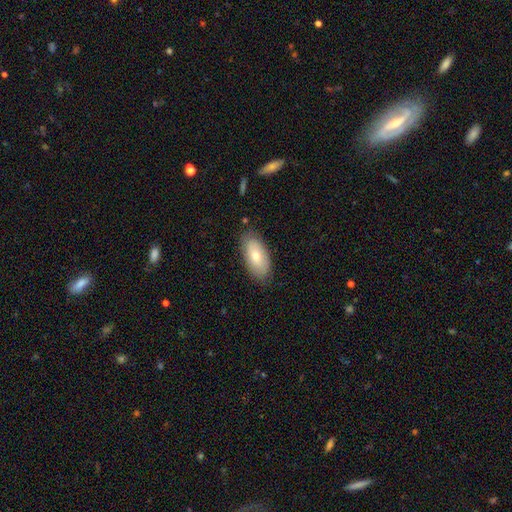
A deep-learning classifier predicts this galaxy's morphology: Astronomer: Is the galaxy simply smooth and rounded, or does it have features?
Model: smooth — 67%.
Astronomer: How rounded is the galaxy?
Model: in between — 92%.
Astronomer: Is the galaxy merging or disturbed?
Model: none — 83%.